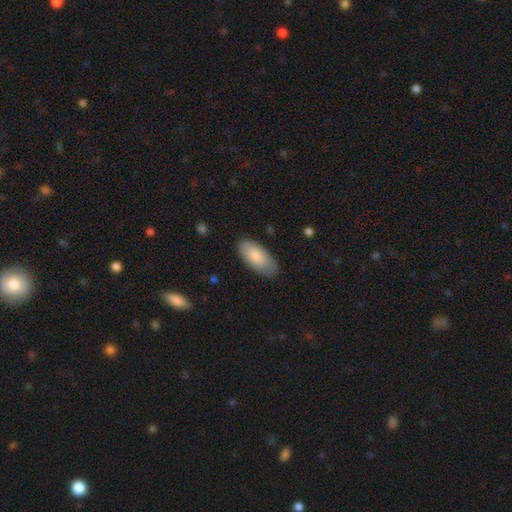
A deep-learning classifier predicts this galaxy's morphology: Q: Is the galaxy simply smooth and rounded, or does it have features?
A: smooth — 83%.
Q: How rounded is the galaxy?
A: in between — 92%.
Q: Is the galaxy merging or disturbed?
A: none — 81%.